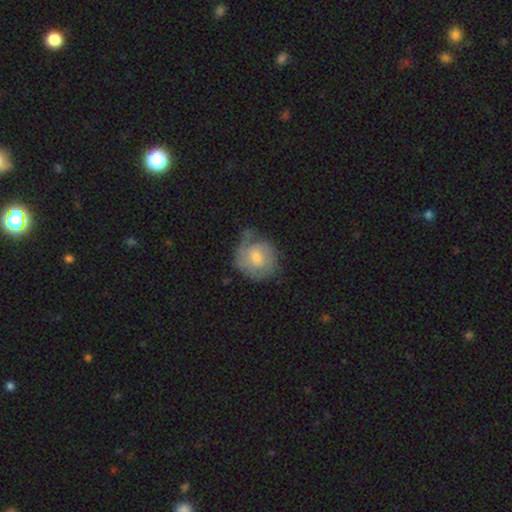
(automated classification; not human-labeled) Overall: featured or disk (64%; smooth 29%). Edge-on disk: no (97%). Bar: no (59%; weak 36%). Spiral arms: yes (88%). Spiral arm count: 2 (38%; can't tell 27%). Spiral winding: tight (56%; medium 31%). Bulge size: moderate (50%; small 45%). Merging: none (57%; minor disturbance 28%).